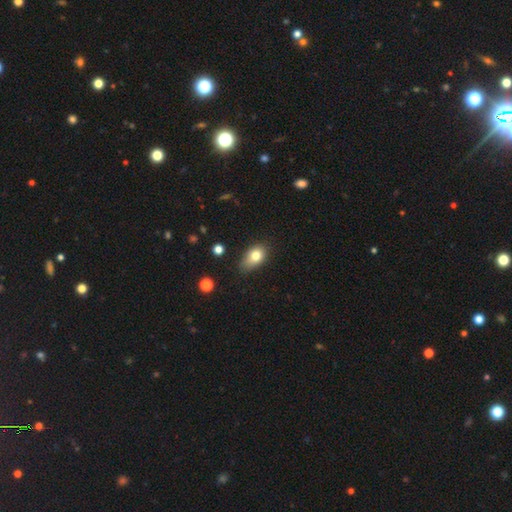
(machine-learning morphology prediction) Smooth or featured? smooth (78%)
How rounded? in between (82%)
Merging? none (60%)